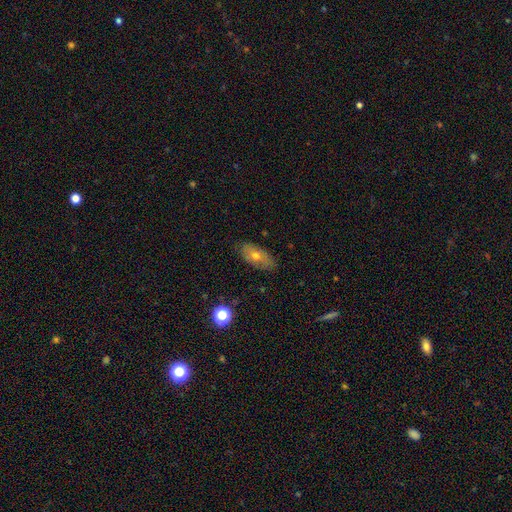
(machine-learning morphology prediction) Q: Smooth or featured?
A: smooth (58%); runner-up: featured or disk (33%)
Q: How rounded?
A: in between (86%); runner-up: cigar-shaped (8%)
Q: Merging?
A: none (83%); runner-up: minor disturbance (13%)